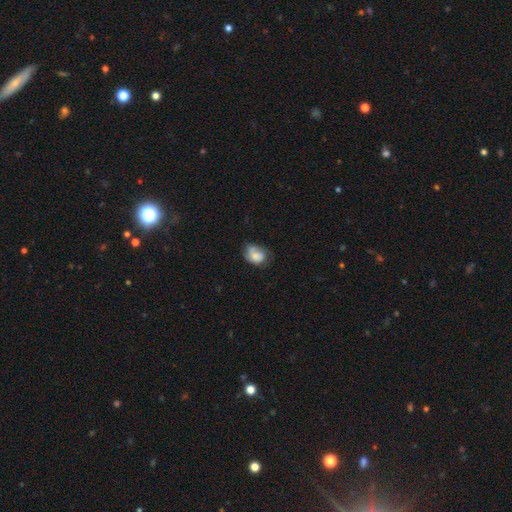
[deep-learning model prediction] A smooth galaxy with no disk features (67%) that is in between round and cigar-shaped (61%).

Vote fractions:
- Smooth or featured? smooth: 67% / featured or disk: 25% / star or artifact: 9%
- How rounded? in between: 61% / round: 38% / cigar-shaped: 1%
- Merging? none: 43% / minor disturbance: 35% / major disturbance: 16% / merger: 5%